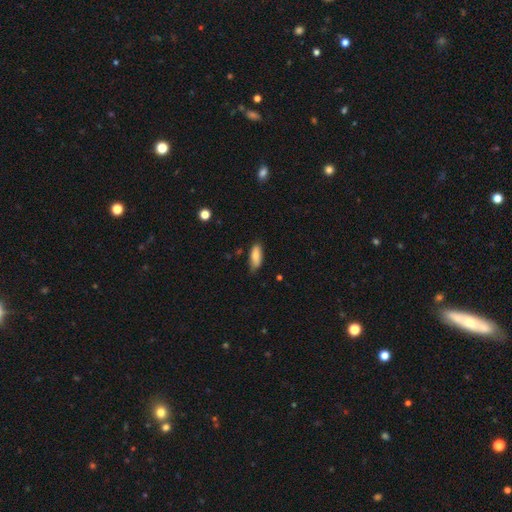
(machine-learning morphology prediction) This appears to be a smooth galaxy with no disk features (81%) that is in between round and cigar-shaped (76%). Merging: none (74%).